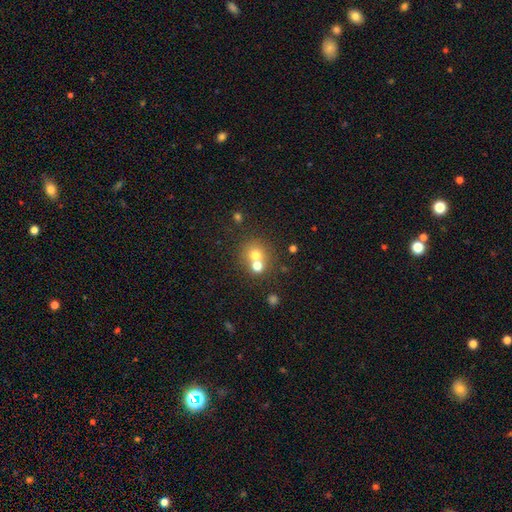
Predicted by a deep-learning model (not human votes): smooth_or_featured: smooth (p=0.69) [alt: star or artifact p=0.16]
how_rounded: round (p=0.84) [alt: in between p=0.15]
merging: none (p=0.46) [alt: merger p=0.45]